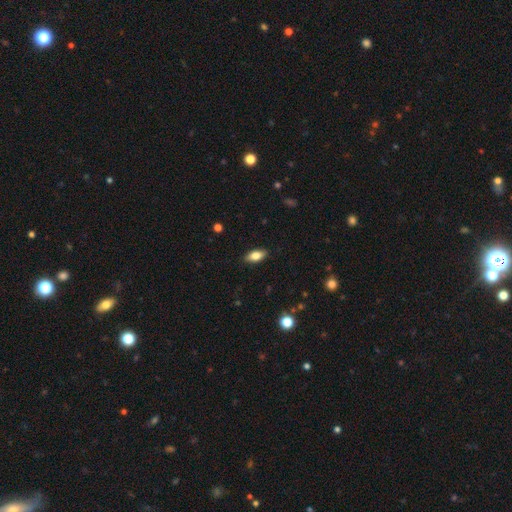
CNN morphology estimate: Smooth or featured?
  - smooth: 78% *
  - featured or disk: 14%
  - star or artifact: 7%
How rounded?
  - in between: 86% *
  - cigar-shaped: 11%
  - round: 3%
Merging?
  - none: 88% *
  - minor disturbance: 9%
  - major disturbance: 2%
  - merger: 1%